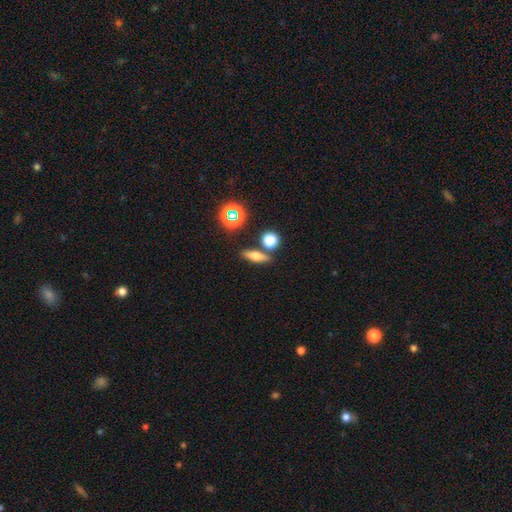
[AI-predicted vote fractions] Smooth or featured? Predicted: smooth (p=0.56). How rounded? Predicted: cigar-shaped (p=0.47). Merging? Predicted: none (p=0.78).